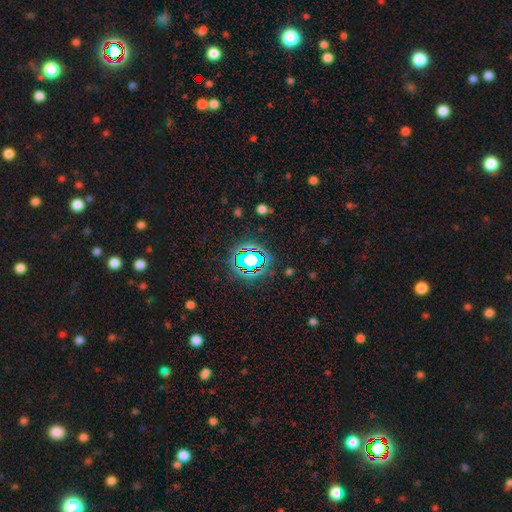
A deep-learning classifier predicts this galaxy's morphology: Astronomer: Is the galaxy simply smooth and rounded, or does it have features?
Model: star or artifact — 77%.